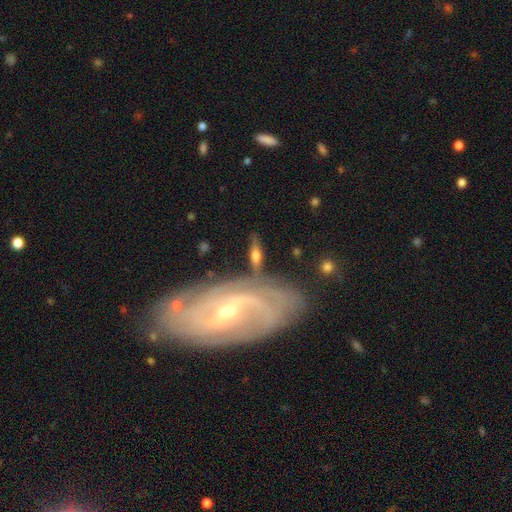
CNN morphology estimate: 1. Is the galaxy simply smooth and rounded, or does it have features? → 57% featured or disk, 35% smooth, 8% star or artifact.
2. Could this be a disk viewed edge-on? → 73% yes, 27% no.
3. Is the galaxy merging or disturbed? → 59% none, 17% minor disturbance, 16% merger, 8% major disturbance.